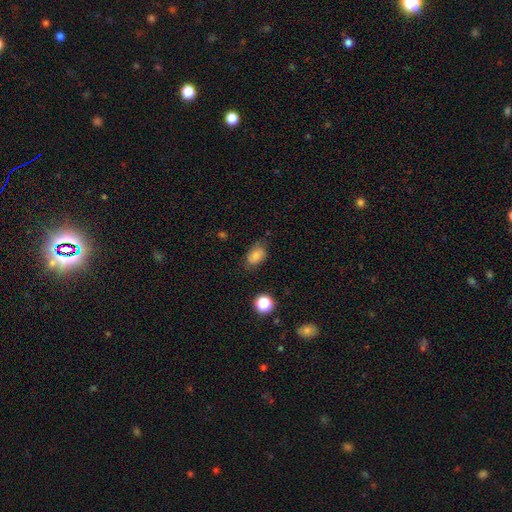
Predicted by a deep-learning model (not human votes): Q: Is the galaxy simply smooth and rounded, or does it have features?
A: smooth — 79%.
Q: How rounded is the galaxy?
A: in between — 81%.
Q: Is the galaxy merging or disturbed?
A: none — 69%.